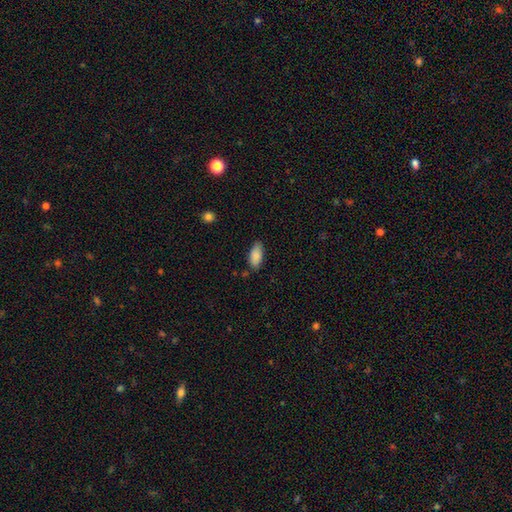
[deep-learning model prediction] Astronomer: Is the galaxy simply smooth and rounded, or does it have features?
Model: smooth — 87%.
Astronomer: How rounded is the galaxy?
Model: in between — 88%.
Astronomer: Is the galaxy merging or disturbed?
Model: none — 80%.